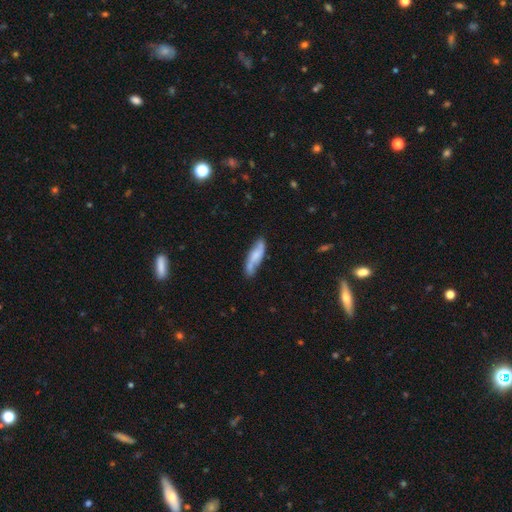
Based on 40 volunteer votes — smooth-or-featured: smooth: 55% | featured or disk: 38% | star or artifact: 8%
  how-rounded: cigar-shaped: 73% | in between: 23% | round: 5%
  merging: none: 57% | minor disturbance: 27% | major disturbance: 11% | merger: 5%